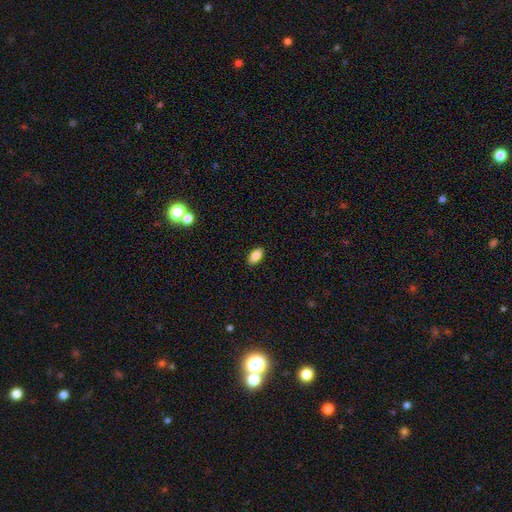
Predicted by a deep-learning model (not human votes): smooth-or-featured: smooth: 87% | star or artifact: 8% | featured or disk: 5%
  how-rounded: in between: 92% | cigar-shaped: 5% | round: 4%
  merging: none: 90% | minor disturbance: 7% | major disturbance: 2% | merger: 1%